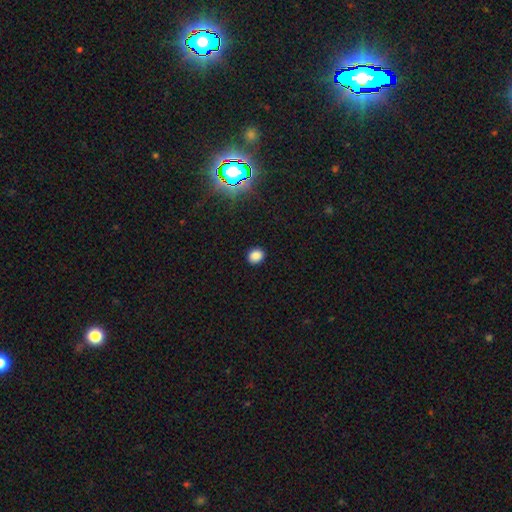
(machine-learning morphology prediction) Q: Smooth or featured?
A: smooth (85%); runner-up: star or artifact (12%)
Q: How rounded?
A: round (65%); runner-up: in between (34%)
Q: Merging?
A: none (90%); runner-up: minor disturbance (7%)